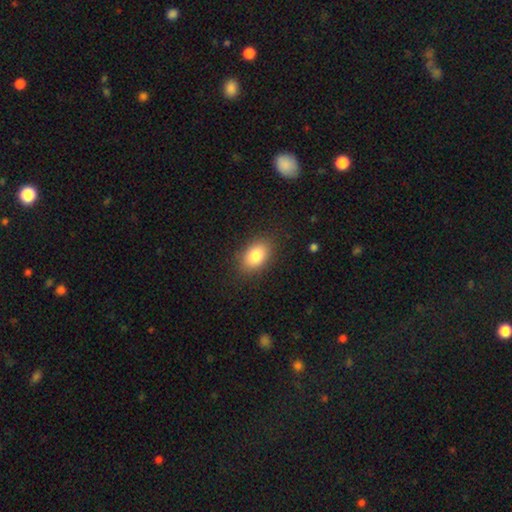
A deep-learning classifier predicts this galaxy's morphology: This is clearly a smooth galaxy (83%). How rounded: clearly in between (85%). Merging: clearly none (86%).